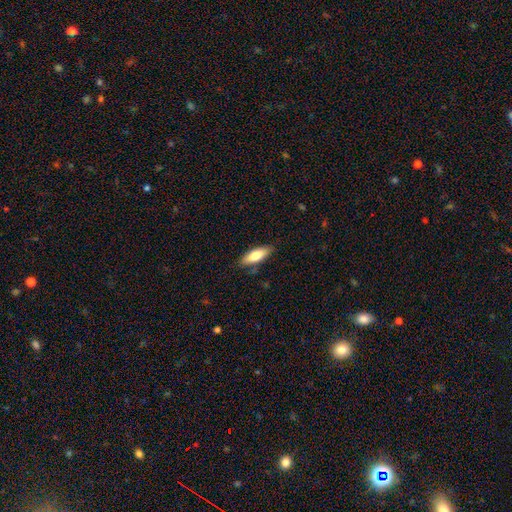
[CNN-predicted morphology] This is likely a smooth galaxy (77%). How rounded: likely in between (62%). Merging: clearly none (84%).